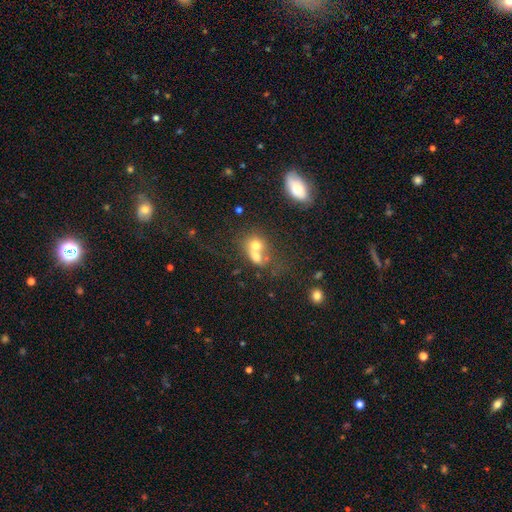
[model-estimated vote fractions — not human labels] Q: Smooth or featured?
A: smooth (62%); runner-up: featured or disk (25%)
Q: How rounded?
A: round (54%); runner-up: in between (45%)
Q: Merging?
A: merger (67%); runner-up: none (20%)